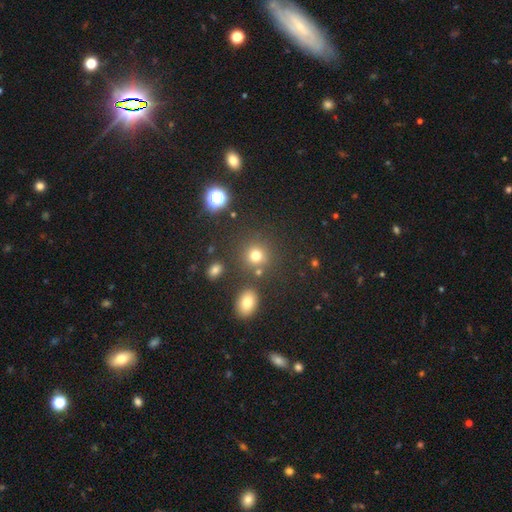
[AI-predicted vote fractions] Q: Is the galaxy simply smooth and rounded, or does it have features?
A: smooth — 73%.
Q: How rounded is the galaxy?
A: round — 87%.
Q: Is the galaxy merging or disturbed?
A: none — 79%.